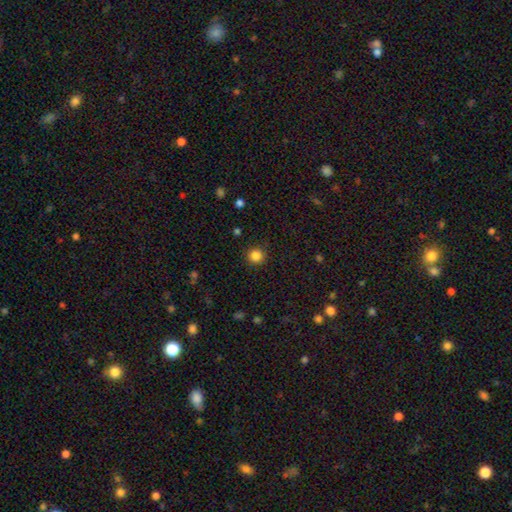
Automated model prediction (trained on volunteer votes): Morphology: type=smooth (85%); roundness=round (94%); merging=none (91%).